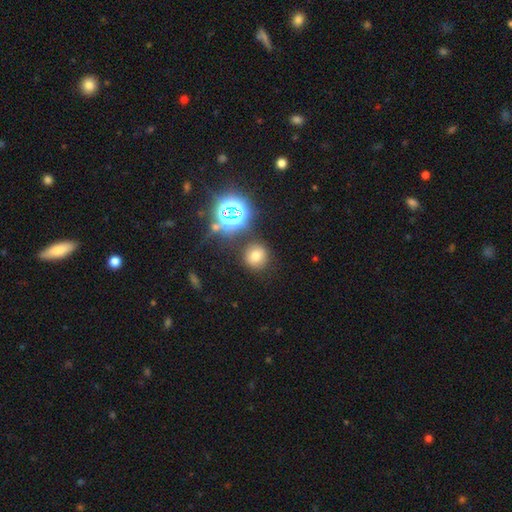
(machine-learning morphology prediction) Smooth or featured? Predicted: smooth (p=0.66). How rounded? Predicted: round (p=0.89). Merging? Predicted: none (p=0.83).